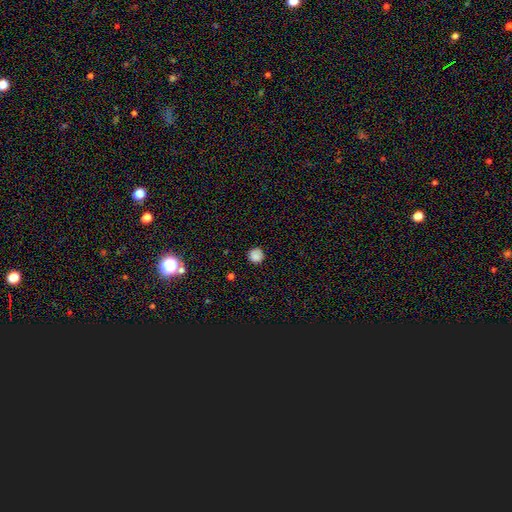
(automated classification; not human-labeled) This appears to be a smooth galaxy with no disk features (84%) that is round (94%). Merging: none (87%).